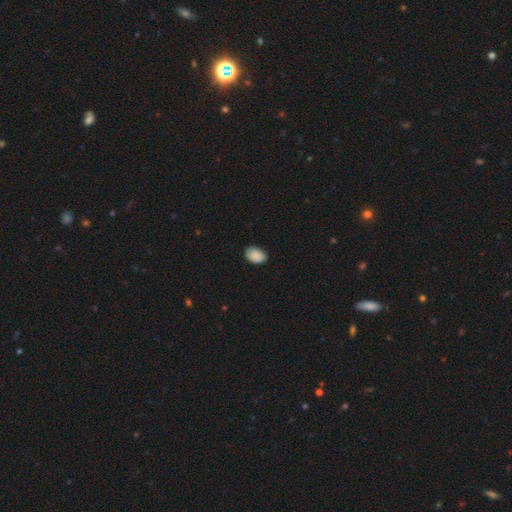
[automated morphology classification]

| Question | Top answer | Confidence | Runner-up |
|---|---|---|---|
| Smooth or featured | smooth | 90% | star or artifact (7%) |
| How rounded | in between | 86% | round (13%) |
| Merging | none | 82% | minor disturbance (15%) |